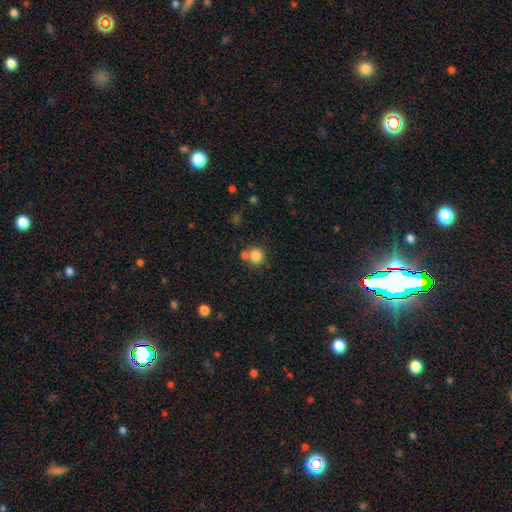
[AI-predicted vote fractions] This is clearly a smooth galaxy (83%). How rounded: clearly round (87%). Merging: likely none (62%).